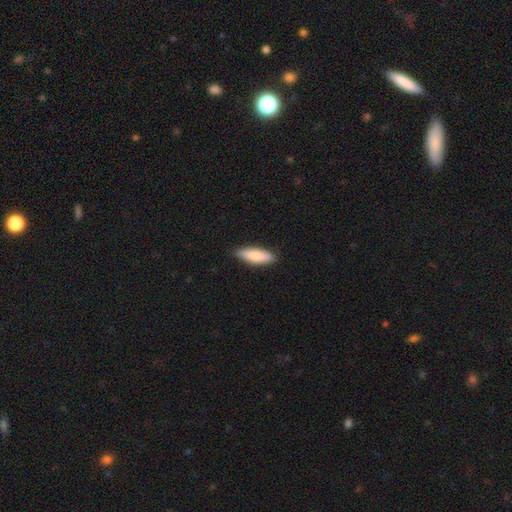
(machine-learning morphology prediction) smooth 84%, featured or disk 11%, star or artifact 5%. Down the decision tree: how rounded — cigar-shaped (52%); merging — none (87%).